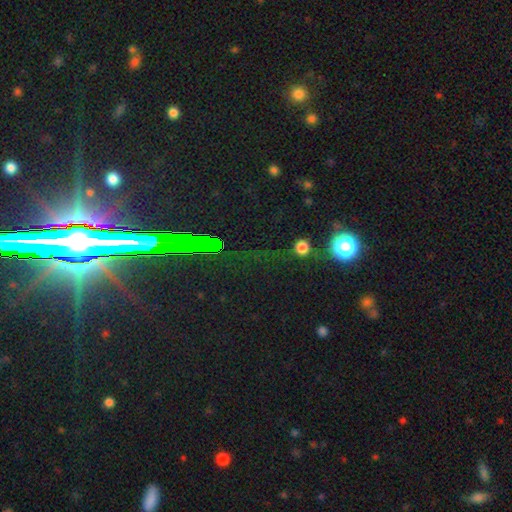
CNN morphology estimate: Q: Smooth or featured?
A: star or artifact (76%); runner-up: featured or disk (13%)